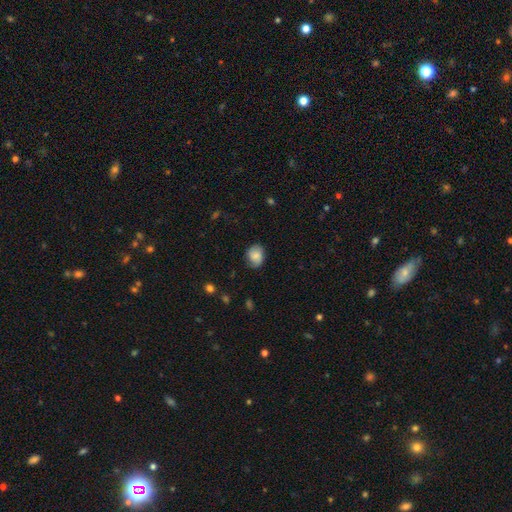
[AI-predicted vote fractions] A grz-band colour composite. It shows a smooth galaxy with no disk features (75%) that is round (51%). Merging: none (73%).